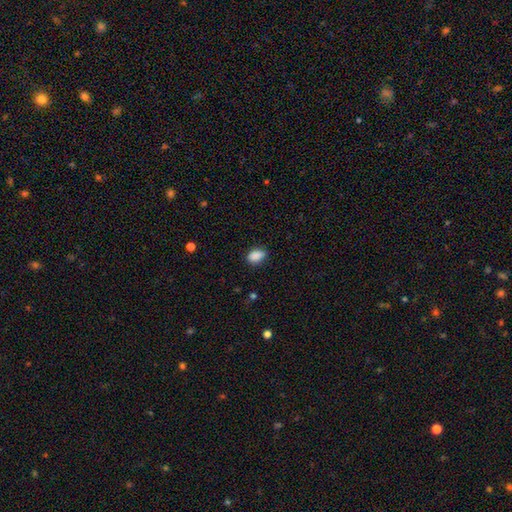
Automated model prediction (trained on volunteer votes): Overall: smooth (87%). How rounded: in between (81%). Merging: none (75%).